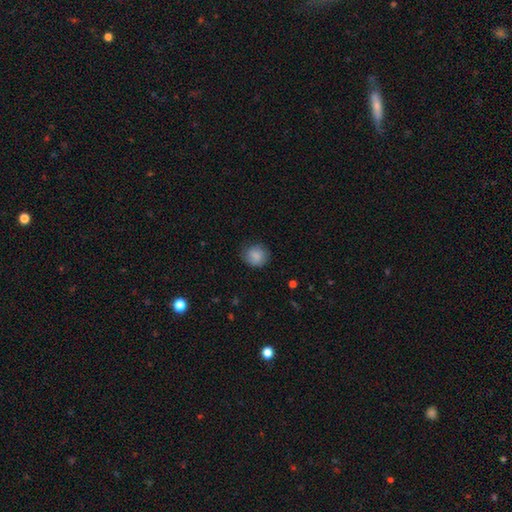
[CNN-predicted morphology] Smooth or featured? Predicted: smooth (p=0.86). How rounded? Predicted: round (p=0.84). Merging? Predicted: none (p=0.78).